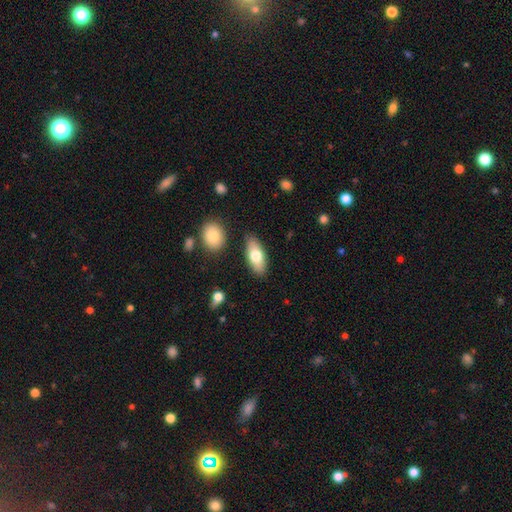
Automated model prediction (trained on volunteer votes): smooth 72%, featured or disk 22%, star or artifact 6%. Down the decision tree: how rounded — in between (83%); merging — none (85%).